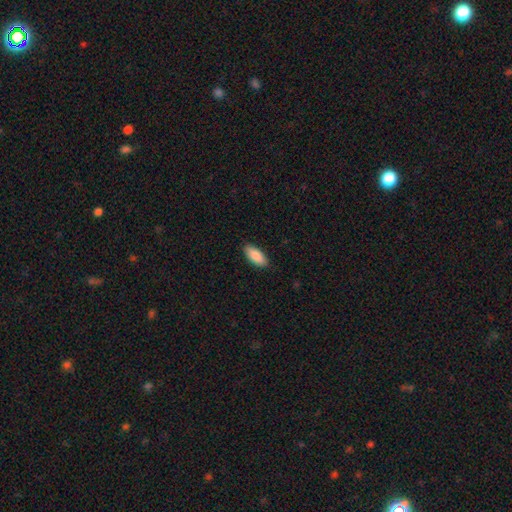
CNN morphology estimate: smooth-or-featured: smooth: 89% | star or artifact: 6% | featured or disk: 6%
  how-rounded: in between: 86% | cigar-shaped: 12% | round: 2%
  merging: none: 88% | minor disturbance: 9% | major disturbance: 2% | merger: 1%